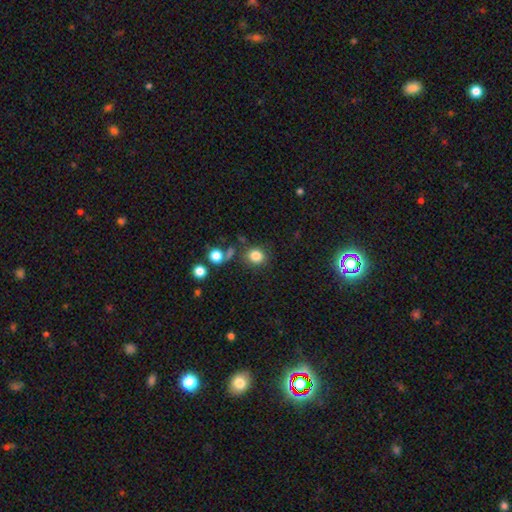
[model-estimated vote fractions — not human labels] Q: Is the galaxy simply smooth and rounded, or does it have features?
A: smooth — 82%.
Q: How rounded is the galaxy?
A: round — 78%.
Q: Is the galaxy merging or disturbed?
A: none — 77%.